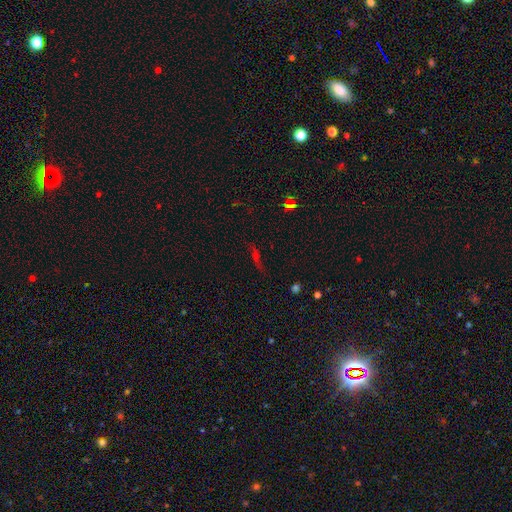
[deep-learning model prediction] smooth-or-featured: star or artifact: 43% | featured or disk: 30% | smooth: 27%